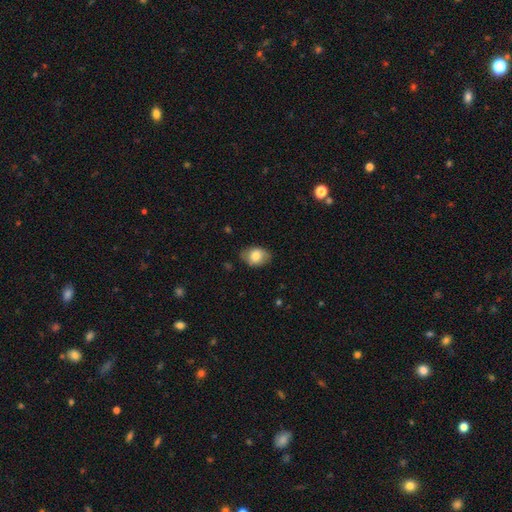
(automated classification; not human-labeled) The model was most divided on "how rounded": in between: 77%, round: 22%, cigar-shaped: 1%. More confident: smooth or featured — smooth (79%); merging — none (78%).